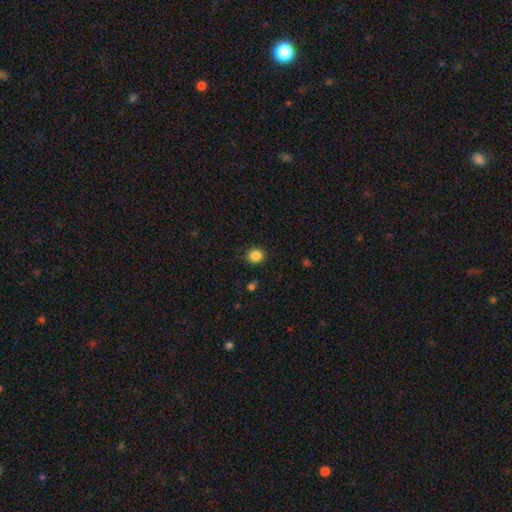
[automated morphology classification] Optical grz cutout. It shows a smooth galaxy with no disk features (86%) that is round (85%). Merging: none (89%).